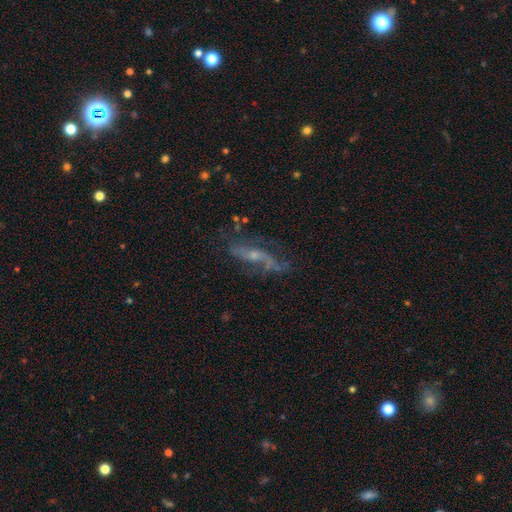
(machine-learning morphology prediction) Smooth or featured? Predicted: featured or disk (p=0.72). Edge-on disk? Predicted: no (p=0.73). Bar? Predicted: no (p=0.51). Spiral arms? Predicted: yes (p=0.80). Bulge size? Predicted: small (p=0.58). Merging? Predicted: none (p=0.62).